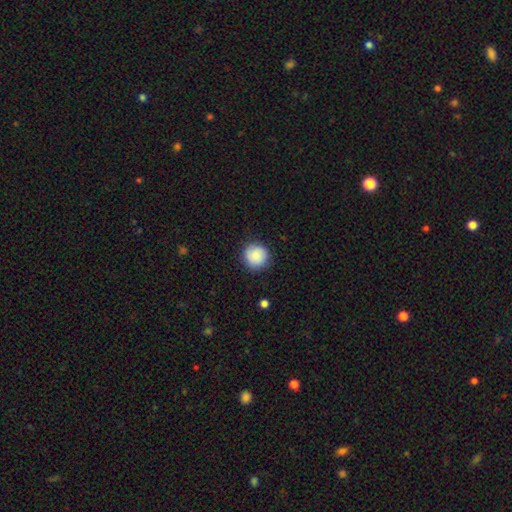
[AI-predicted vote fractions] Morphology: type=smooth (86%); roundness=round (93%); merging=none (87%).